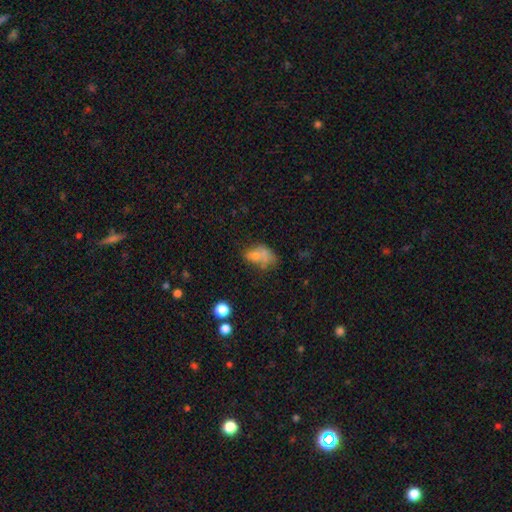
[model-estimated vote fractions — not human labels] The model was most divided on "merging": merger: 33%, none: 30%, minor disturbance: 19%, major disturbance: 19%. More confident: how rounded — in between (77%); smooth or featured — smooth (59%).